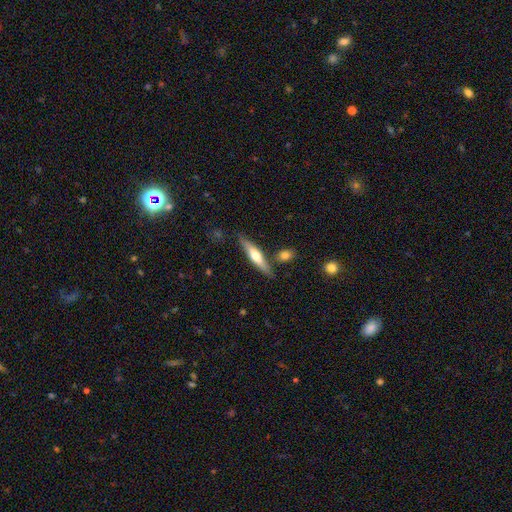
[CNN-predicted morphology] smooth_or_featured: featured or disk (p=0.48) [alt: smooth p=0.46]
merging: none (p=0.79) [alt: minor disturbance p=0.12]